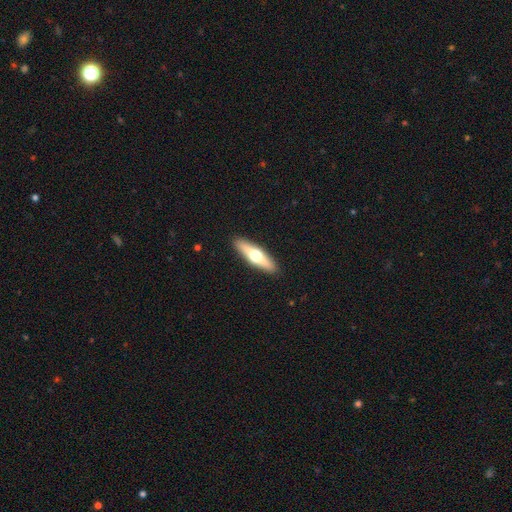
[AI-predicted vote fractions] This is possibly a featured or disk galaxy (49%). Merging: clearly none (91%).